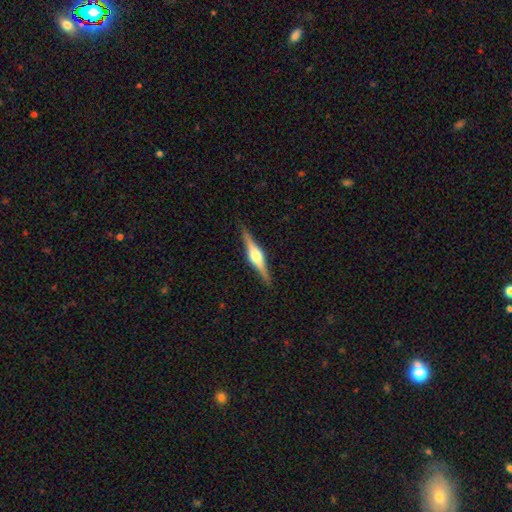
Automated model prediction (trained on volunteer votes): smooth-or-featured: featured or disk: 82% | smooth: 13% | star or artifact: 5%
  disk-edge-on: yes: 98% | no: 2%
    edge-on-bulge: rounded: 90% | boxy: 8% | none: 2%
  merging: none: 91% | minor disturbance: 7% | major disturbance: 1% | merger: 1%